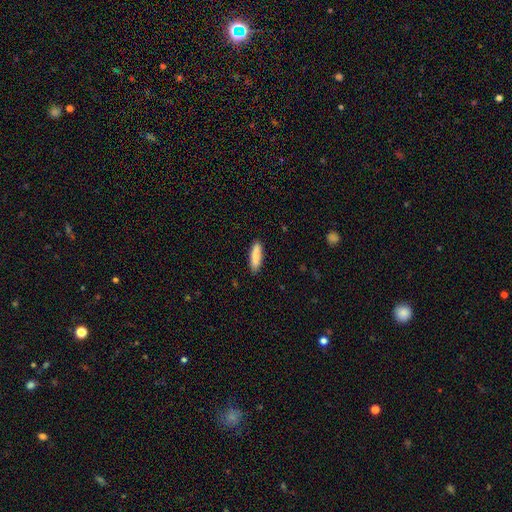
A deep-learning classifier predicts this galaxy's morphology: Overall: smooth (87%). How rounded: cigar-shaped (64%; in between 34%). Merging: none (88%).